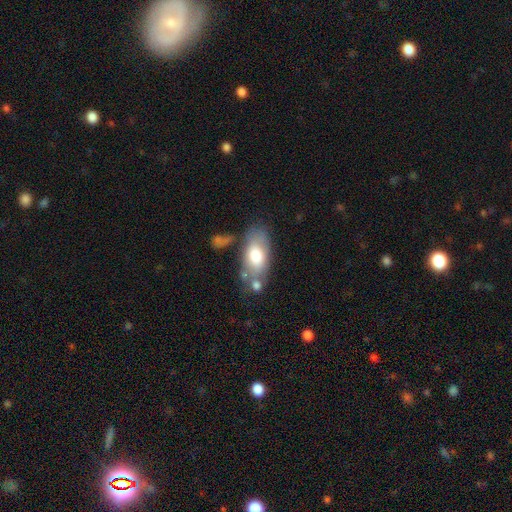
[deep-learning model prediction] Overall: smooth (70%). How rounded: in between (90%). Merging: none (57%; minor disturbance 20%).